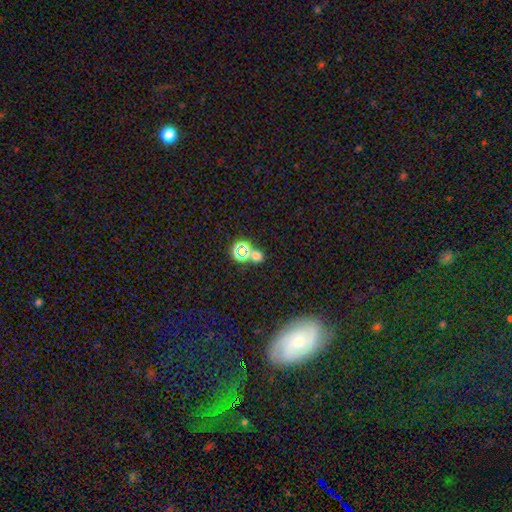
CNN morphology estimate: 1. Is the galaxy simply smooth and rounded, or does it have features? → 57% smooth, 36% star or artifact, 7% featured or disk.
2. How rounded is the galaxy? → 82% round, 17% in between, 1% cigar-shaped.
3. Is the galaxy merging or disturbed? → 62% none, 26% merger, 8% minor disturbance, 4% major disturbance.